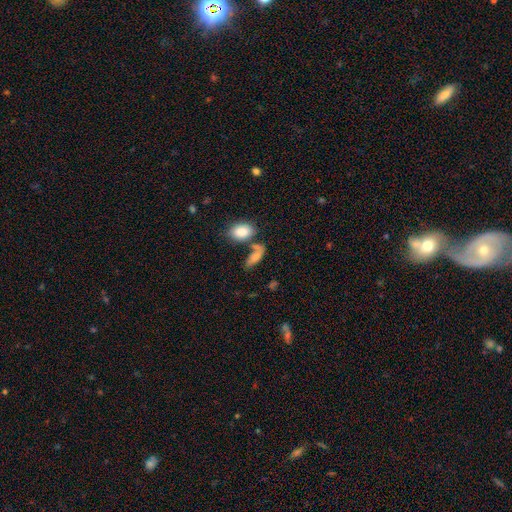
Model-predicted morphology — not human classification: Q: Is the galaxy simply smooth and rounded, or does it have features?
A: smooth — 72%.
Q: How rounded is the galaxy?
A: in between — 77%.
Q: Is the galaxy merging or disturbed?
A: none — 40%.